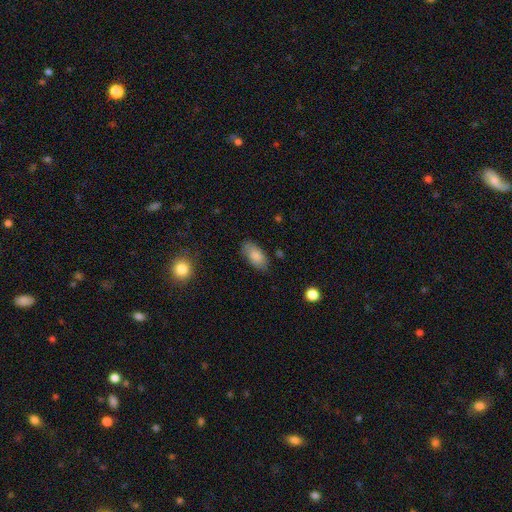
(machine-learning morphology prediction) smooth-or-featured: smooth: 82% | featured or disk: 11% | star or artifact: 7%
  how-rounded: in between: 92% | cigar-shaped: 5% | round: 3%
  merging: none: 76% | minor disturbance: 18% | major disturbance: 4% | merger: 2%